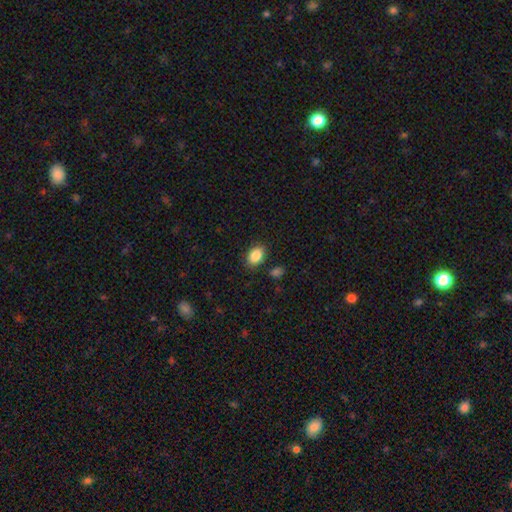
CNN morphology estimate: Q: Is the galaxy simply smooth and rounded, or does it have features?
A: smooth — 87%.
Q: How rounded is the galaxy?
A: in between — 80%.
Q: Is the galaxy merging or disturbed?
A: none — 84%.